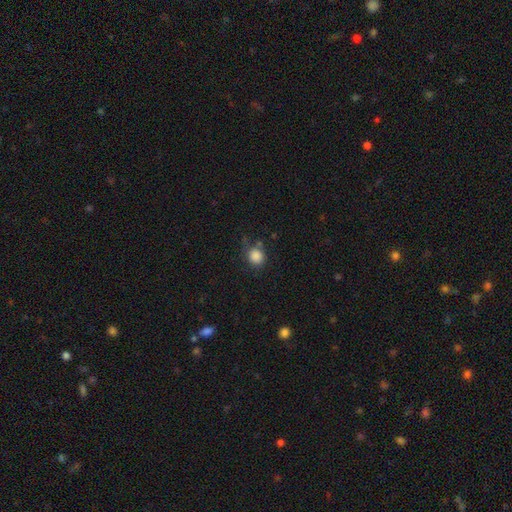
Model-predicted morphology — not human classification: This is clearly a smooth galaxy (86%). How rounded: likely round (79%). Merging: likely none (71%).